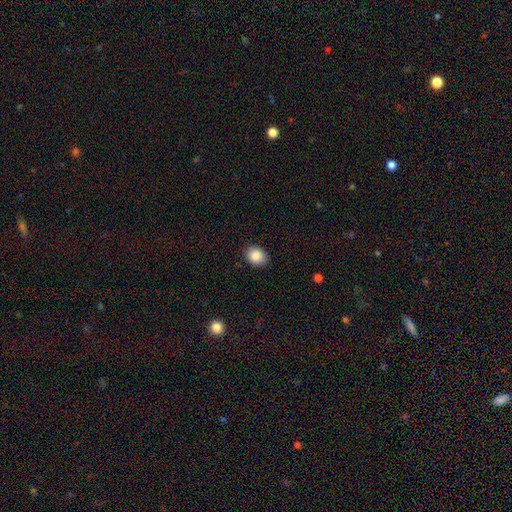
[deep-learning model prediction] Smooth or featured?
  - smooth: 87% *
  - star or artifact: 8%
  - featured or disk: 5%
How rounded?
  - in between: 57% *
  - round: 42%
  - cigar-shaped: 1%
Merging?
  - none: 86% *
  - minor disturbance: 11%
  - major disturbance: 2%
  - merger: 1%